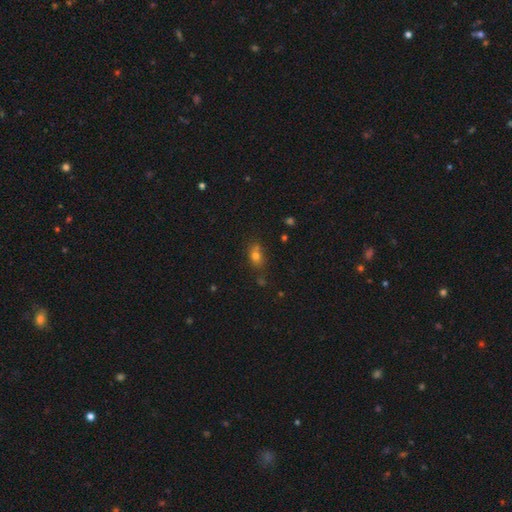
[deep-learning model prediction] This appears to be a smooth galaxy with no disk features (73%) that is in between round and cigar-shaped (70%). Merging: none (69%).